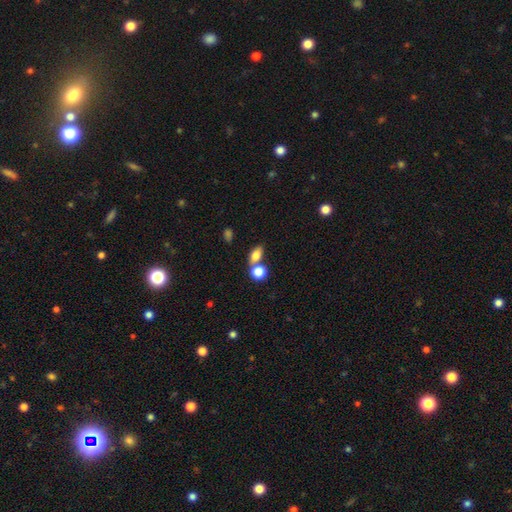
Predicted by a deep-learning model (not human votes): This appears to be a smooth galaxy with no disk features (77%) that is in between round and cigar-shaped (70%). Merging: none (50%).